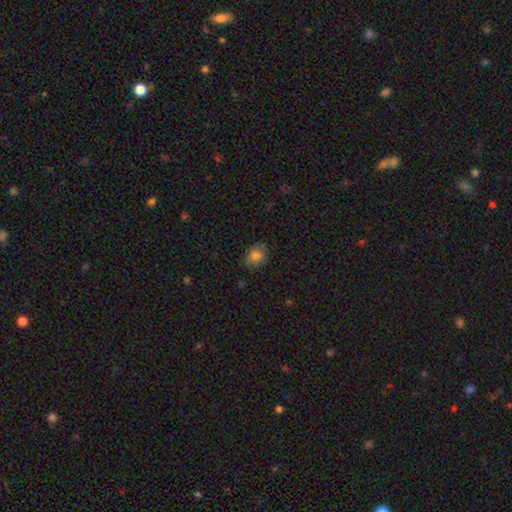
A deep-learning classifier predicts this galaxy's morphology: Smooth or featured? Predicted: smooth (p=0.81). How rounded? Predicted: in between (p=0.59). Merging? Predicted: none (p=0.79).